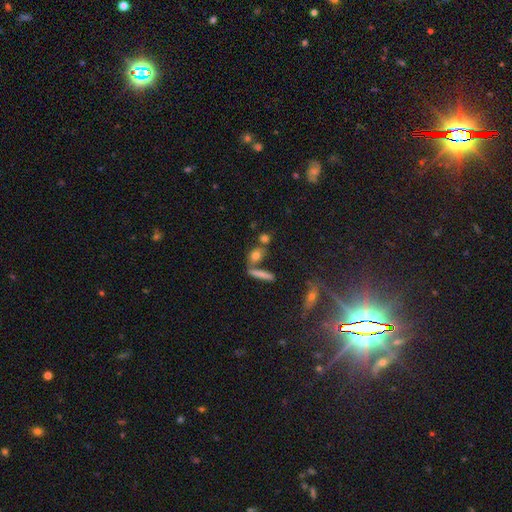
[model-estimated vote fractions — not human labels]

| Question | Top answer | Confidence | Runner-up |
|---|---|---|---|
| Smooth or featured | smooth | 72% | featured or disk (14%) |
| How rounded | in between | 46% | round (30%) |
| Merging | none | 57% | merger (26%) |